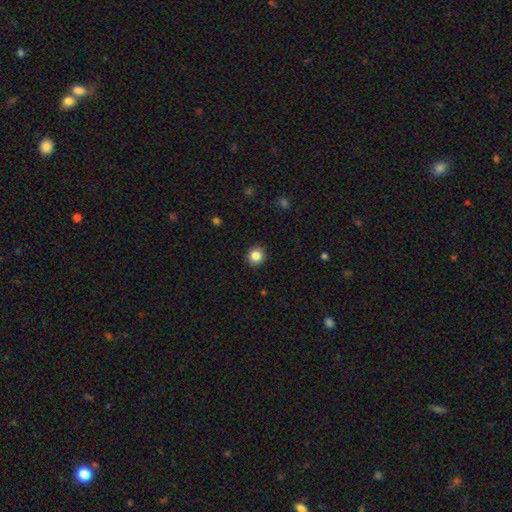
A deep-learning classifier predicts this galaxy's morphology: The model was most divided on "smooth or featured": smooth: 84%, star or artifact: 10%, featured or disk: 5%. More confident: merging — none (92%); how rounded — round (90%).